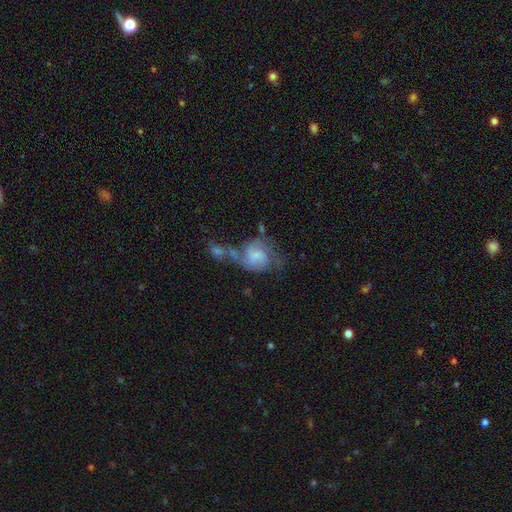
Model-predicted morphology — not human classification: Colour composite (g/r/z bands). It shows a featured or disk galaxy (59%) with no bar (49%), spiral arms (79%) and a small central bulge (40%). Merging: merger (37%).